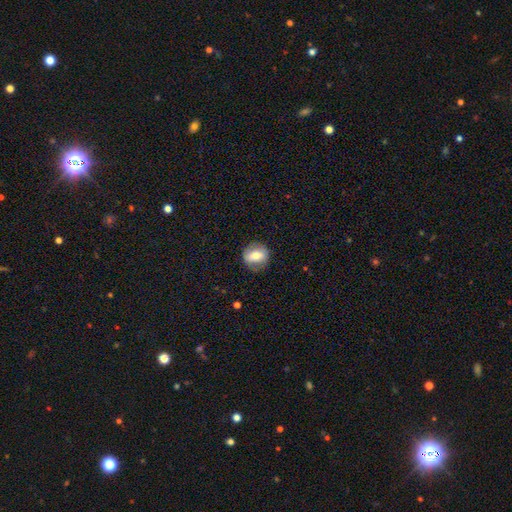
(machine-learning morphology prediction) This is likely a smooth galaxy (62%). How rounded: likely round (75%). Merging: clearly none (81%).